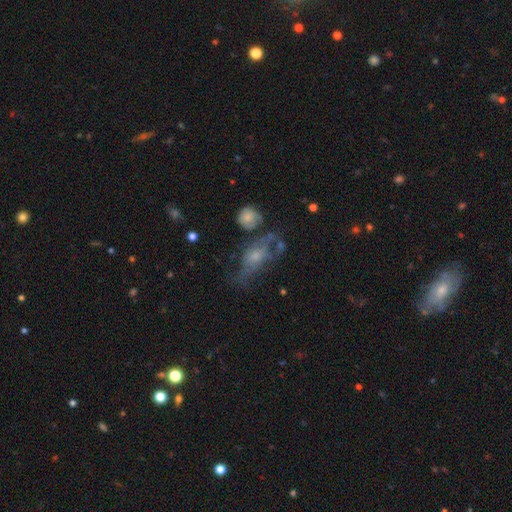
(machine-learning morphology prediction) A featured or disk galaxy (54%). Merging: none (42%).